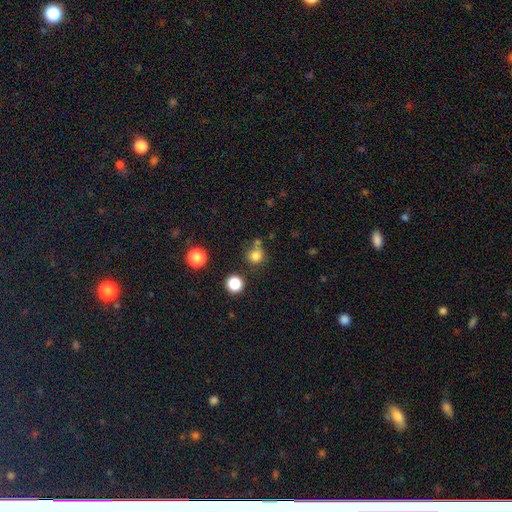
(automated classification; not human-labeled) Smooth or featured? smooth (78%)
How rounded? round (90%)
Merging? none (67%)